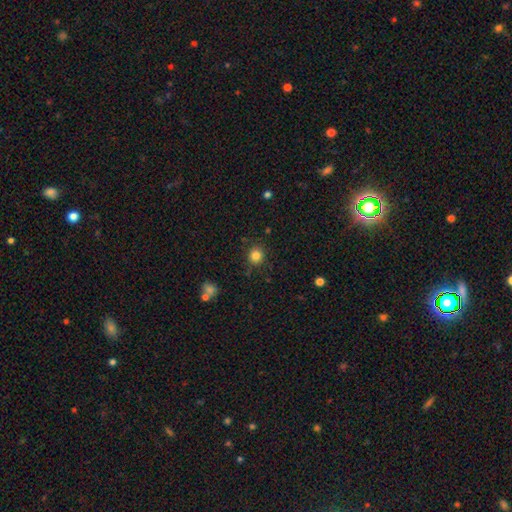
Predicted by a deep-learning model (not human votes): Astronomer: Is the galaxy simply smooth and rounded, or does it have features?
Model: smooth — 84%.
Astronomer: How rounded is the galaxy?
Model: round — 89%.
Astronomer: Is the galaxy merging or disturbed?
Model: none — 86%.